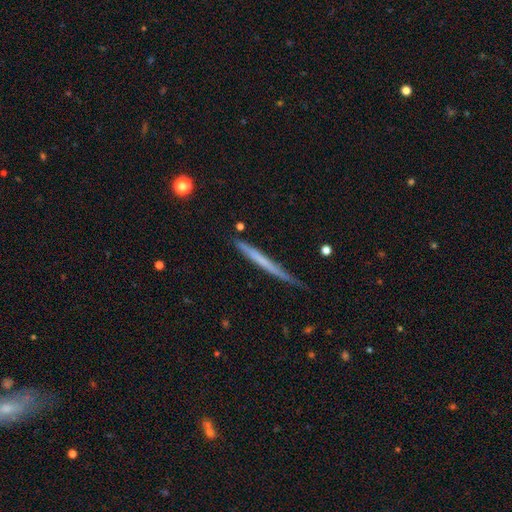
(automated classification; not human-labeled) Smooth or featured?
  - smooth: 49% *
  - featured or disk: 44%
  - star or artifact: 6%
Merging?
  - none: 79% *
  - minor disturbance: 17%
  - major disturbance: 3%
  - merger: 2%